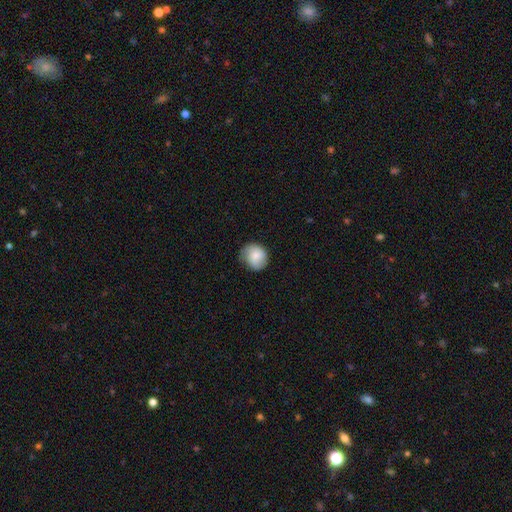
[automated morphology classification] Smooth or featured?
  - smooth: 76% *
  - featured or disk: 16%
  - star or artifact: 7%
How rounded?
  - round: 76% *
  - in between: 23%
  - cigar-shaped: 1%
Merging?
  - none: 69% *
  - minor disturbance: 24%
  - major disturbance: 6%
  - merger: 1%